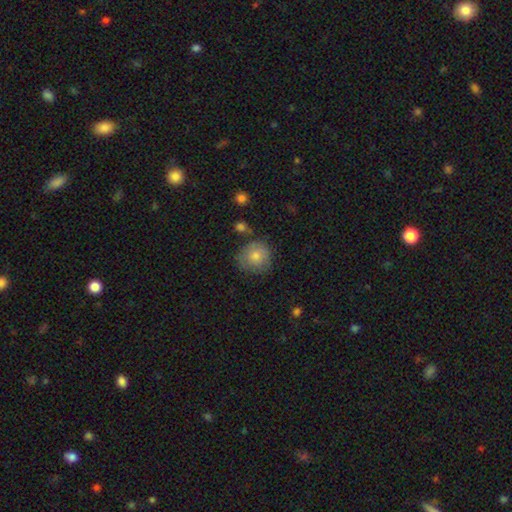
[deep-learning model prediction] Morphology: type=smooth (76%); roundness=round (88%); merging=none (72%).